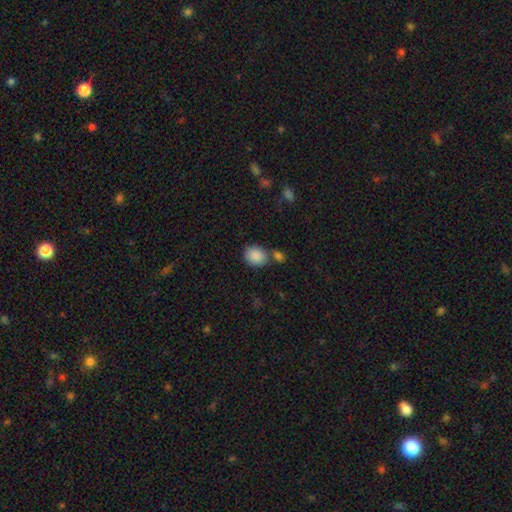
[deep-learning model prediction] Morphology: type=smooth (88%); roundness=in between (51%); merging=none (63%).